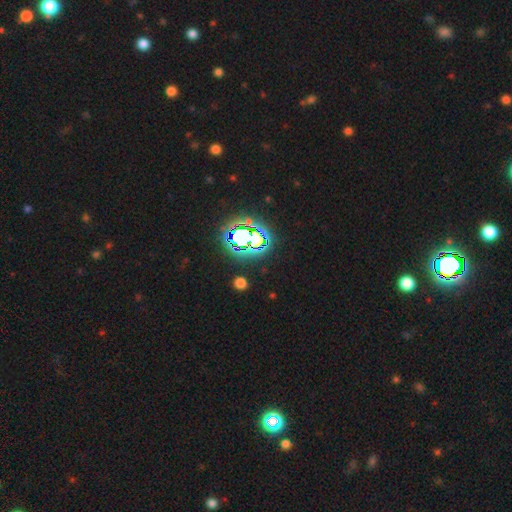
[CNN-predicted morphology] Smooth or featured: star or artifact — 79% (smooth — 14%)